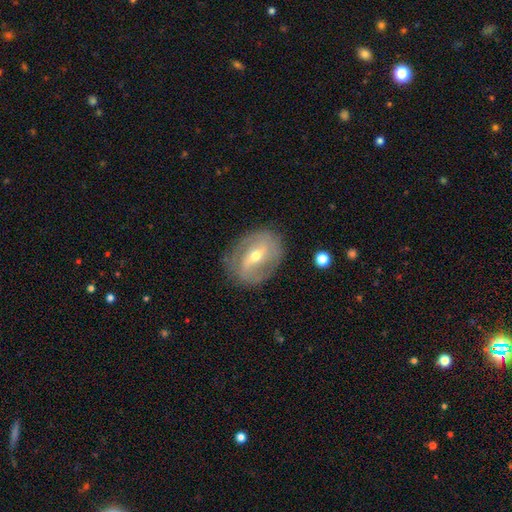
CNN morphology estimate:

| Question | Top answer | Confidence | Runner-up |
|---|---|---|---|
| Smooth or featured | featured or disk | 75% | smooth (18%) |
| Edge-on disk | no | 95% | yes (5%) |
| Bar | weak | 44% | strong (37%) |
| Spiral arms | yes | 79% | no (21%) |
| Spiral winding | medium | 41% | tight (32%) |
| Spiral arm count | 2 | 73% | can't tell (15%) |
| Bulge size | moderate | 58% | small (38%) |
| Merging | none | 78% | minor disturbance (15%) |